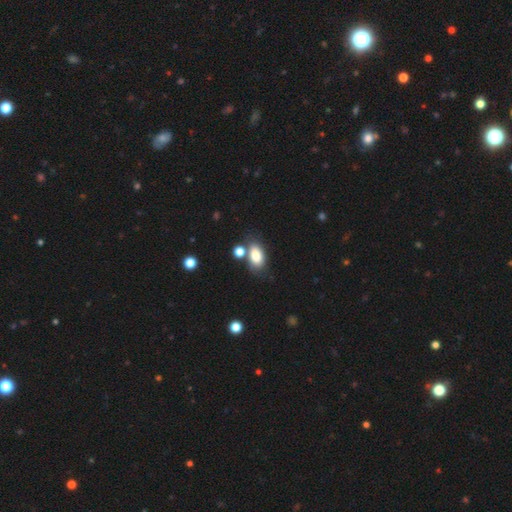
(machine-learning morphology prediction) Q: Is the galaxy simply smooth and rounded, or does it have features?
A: smooth — 84%.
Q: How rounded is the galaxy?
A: in between — 89%.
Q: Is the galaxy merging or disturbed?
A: none — 61%.